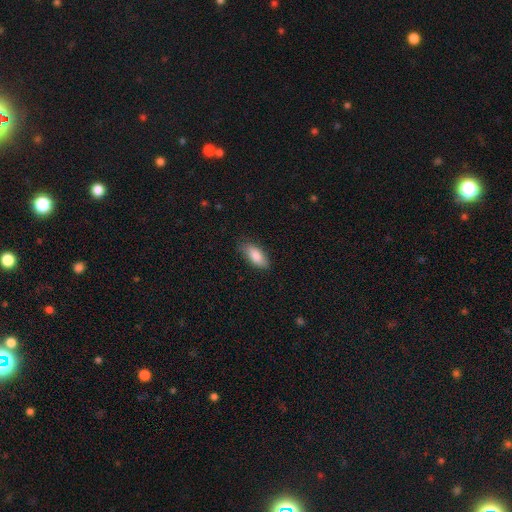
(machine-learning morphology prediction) A smooth galaxy with no disk features (85%) that is in between round and cigar-shaped (85%).

Vote fractions:
- Smooth or featured? smooth: 85% / featured or disk: 9% / star or artifact: 6%
- How rounded? in between: 85% / cigar-shaped: 12% / round: 2%
- Merging? none: 79% / minor disturbance: 17% / major disturbance: 3% / merger: 1%